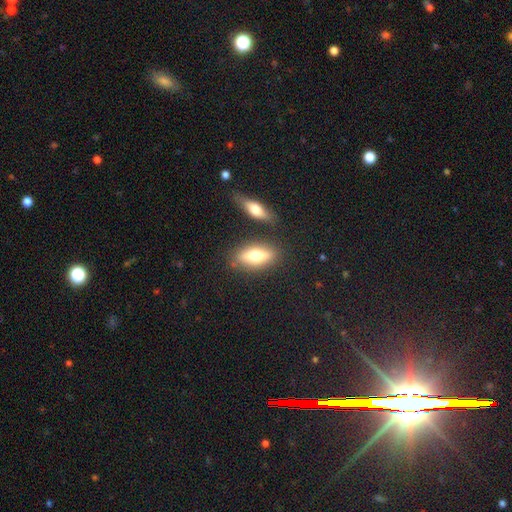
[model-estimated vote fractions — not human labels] Smooth or featured? smooth (56%)
How rounded? in between (68%)
Merging? none (77%)